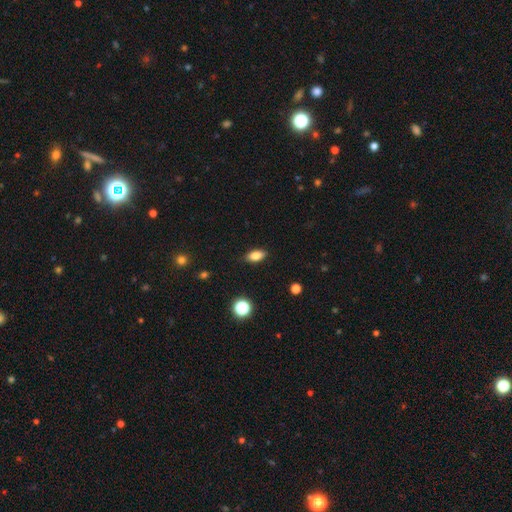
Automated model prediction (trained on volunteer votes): A smooth galaxy with no disk features (81%) that is in between round and cigar-shaped (86%). Merging: none (87%).